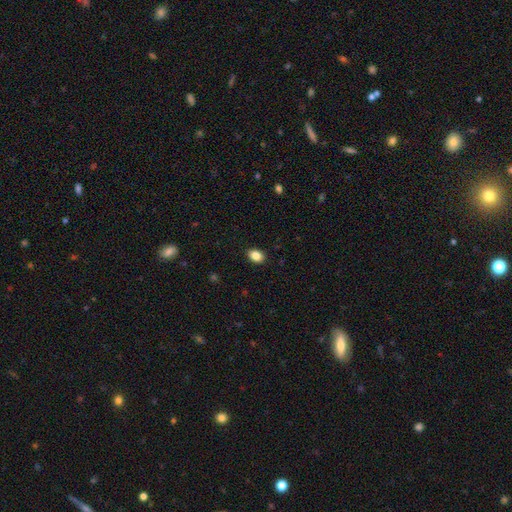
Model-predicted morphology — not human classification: This is clearly a smooth galaxy (86%). How rounded: likely in between (74%). Merging: clearly none (89%).